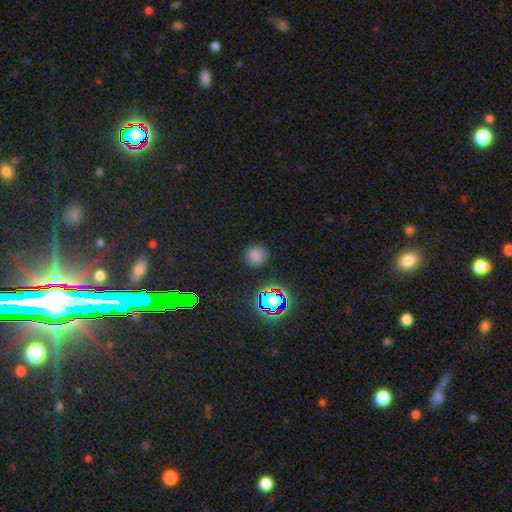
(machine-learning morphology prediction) smooth 70%, star or artifact 23%, featured or disk 6%. Down the decision tree: how rounded — round (91%); merging — none (86%).